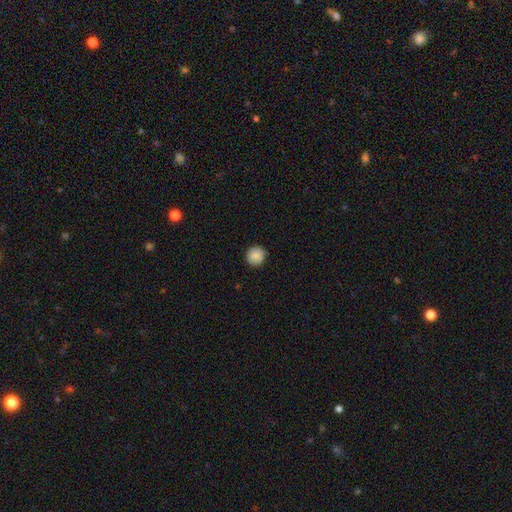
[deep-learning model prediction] Smooth or featured?
  - smooth: 88% *
  - star or artifact: 8%
  - featured or disk: 3%
How rounded?
  - round: 94% *
  - in between: 5%
  - cigar-shaped: 1%
Merging?
  - none: 91% *
  - minor disturbance: 6%
  - major disturbance: 2%
  - merger: 1%